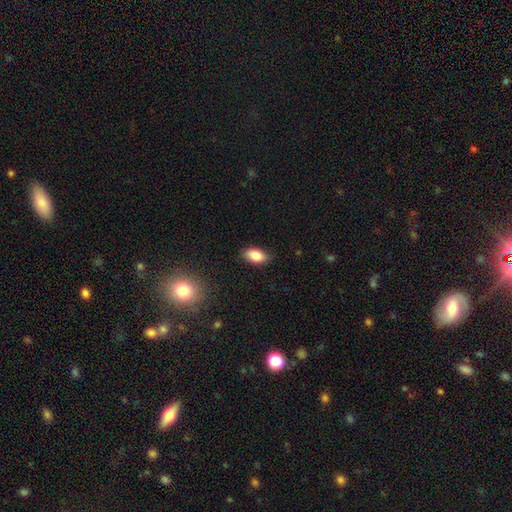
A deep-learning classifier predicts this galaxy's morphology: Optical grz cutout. It shows a smooth galaxy with no disk features (84%) that is in between round and cigar-shaped (90%). Merging: none (81%).